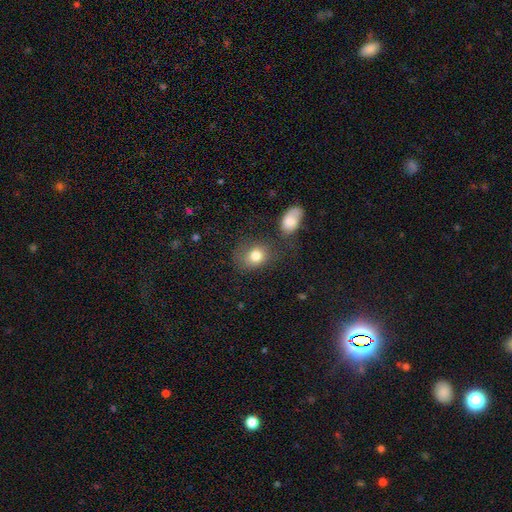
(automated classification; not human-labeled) A smooth galaxy with no disk features (80%) that is in between round and cigar-shaped (55%).

Vote fractions:
- Smooth or featured? smooth: 80% / featured or disk: 10% / star or artifact: 10%
- How rounded? in between: 55% / round: 44% / cigar-shaped: 1%
- Merging? none: 51% / minor disturbance: 21% / merger: 16% / major disturbance: 12%